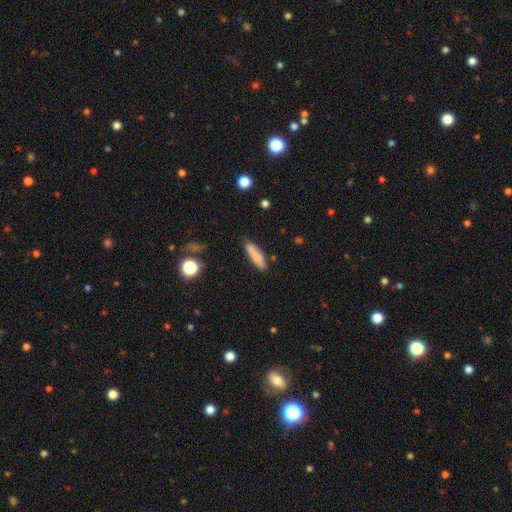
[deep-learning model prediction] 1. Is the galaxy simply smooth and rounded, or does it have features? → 79% smooth, 14% featured or disk, 8% star or artifact.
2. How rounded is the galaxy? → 71% cigar-shaped, 27% in between, 2% round.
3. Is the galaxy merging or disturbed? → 76% none, 17% minor disturbance, 4% merger, 4% major disturbance.